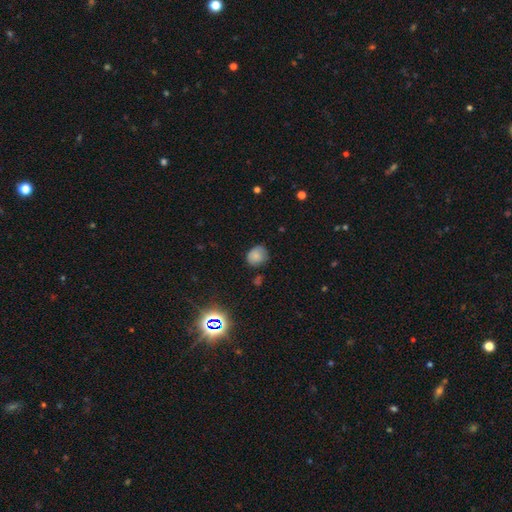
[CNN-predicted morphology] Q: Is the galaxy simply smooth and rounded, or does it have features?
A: smooth — 76%.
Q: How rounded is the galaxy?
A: round — 69%.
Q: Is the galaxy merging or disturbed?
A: none — 67%.